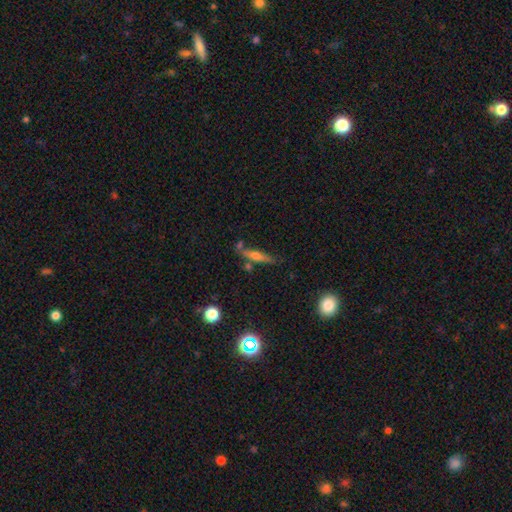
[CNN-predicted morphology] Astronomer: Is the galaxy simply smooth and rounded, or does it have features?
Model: featured or disk — 48% (runner-up: smooth, 43%).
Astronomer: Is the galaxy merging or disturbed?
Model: none — 65%.